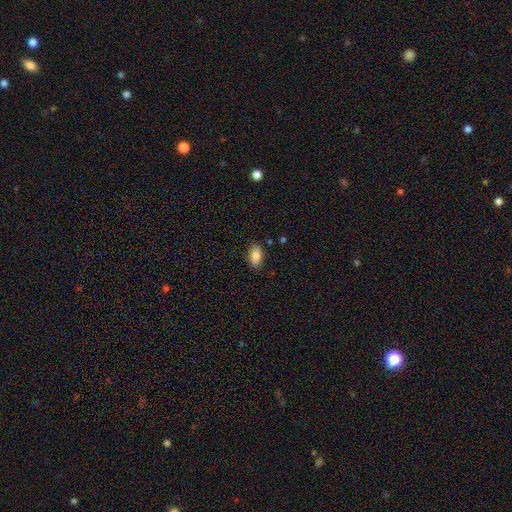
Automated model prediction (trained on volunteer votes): smooth_or_featured: smooth (p=0.86) [alt: star or artifact p=0.08]
how_rounded: in between (p=0.90) [alt: cigar-shaped p=0.05]
merging: none (p=0.83) [alt: minor disturbance p=0.12]